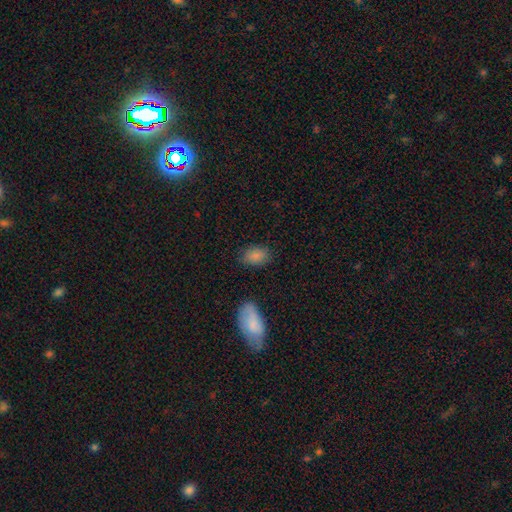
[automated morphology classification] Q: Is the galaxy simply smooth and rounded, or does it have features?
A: smooth — 85%.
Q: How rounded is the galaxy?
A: in between — 87%.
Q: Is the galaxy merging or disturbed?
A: none — 81%.